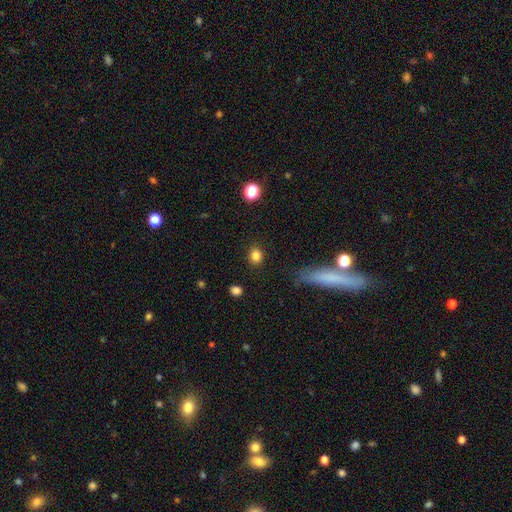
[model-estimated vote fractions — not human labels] A smooth galaxy with no disk features (83%) that is round (69%). Merging: none (88%).